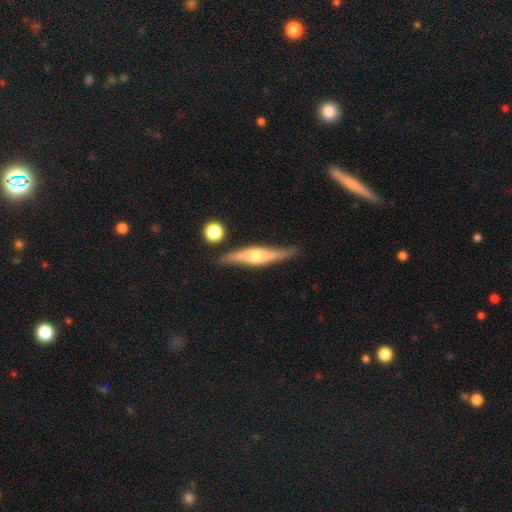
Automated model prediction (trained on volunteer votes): smooth-or-featured: featured or disk: 72% | smooth: 23% | star or artifact: 6%
  disk-edge-on: yes: 94% | no: 6%
    edge-on-bulge: rounded: 91% | boxy: 6% | none: 3%
  merging: none: 82% | minor disturbance: 12% | merger: 4% | major disturbance: 3%